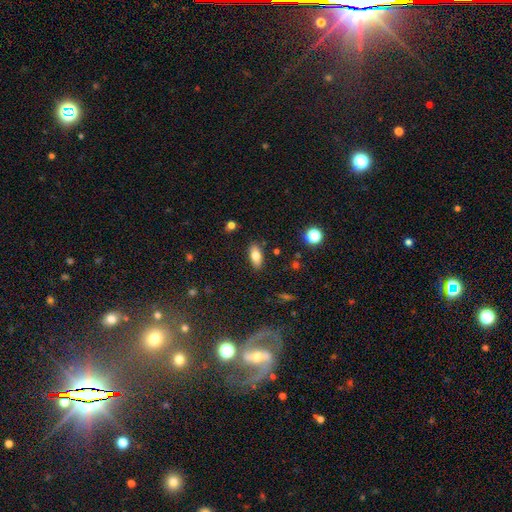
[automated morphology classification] Overall: smooth (78%). How rounded: in between (86%). Merging: none (87%).